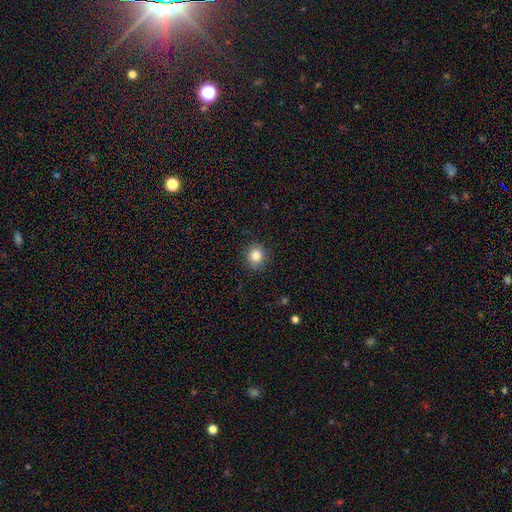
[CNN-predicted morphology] A smooth galaxy with no disk features (83%) that is round (87%). Merging: none (89%).